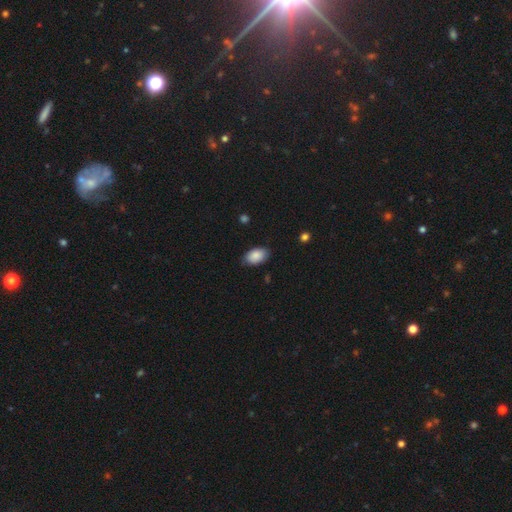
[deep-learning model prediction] Smooth or featured?
  - smooth: 87% *
  - star or artifact: 7%
  - featured or disk: 6%
How rounded?
  - in between: 92% *
  - round: 7%
  - cigar-shaped: 1%
Merging?
  - none: 81% *
  - minor disturbance: 15%
  - major disturbance: 3%
  - merger: 1%